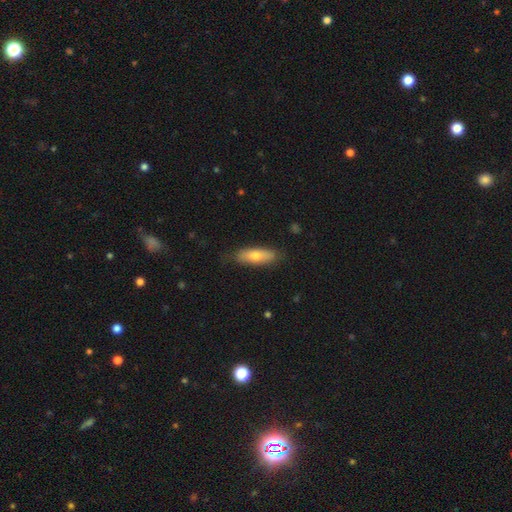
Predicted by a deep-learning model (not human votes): Overall: smooth (70%). How rounded: in between (59%; cigar-shaped 39%). Merging: none (81%).